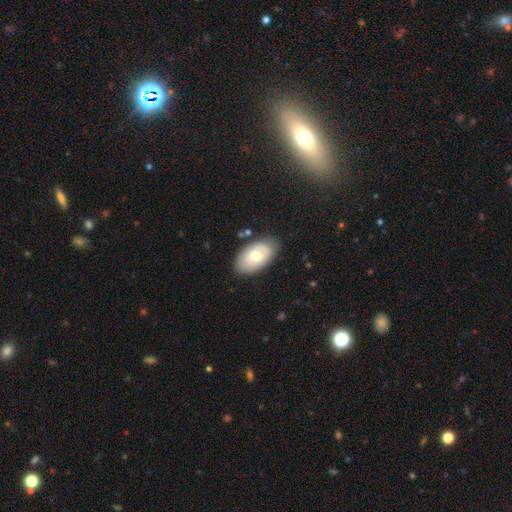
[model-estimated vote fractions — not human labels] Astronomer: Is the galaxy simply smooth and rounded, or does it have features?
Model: smooth — 62%.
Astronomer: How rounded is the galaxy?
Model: in between — 93%.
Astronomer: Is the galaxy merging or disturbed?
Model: none — 80%.